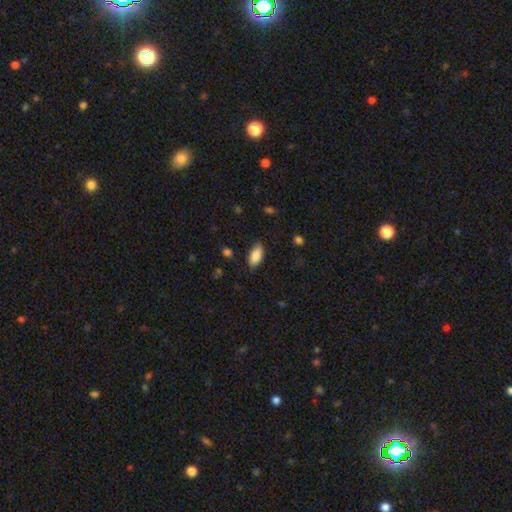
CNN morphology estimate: Smooth or featured? smooth (87%)
How rounded? in between (90%)
Merging? none (82%)